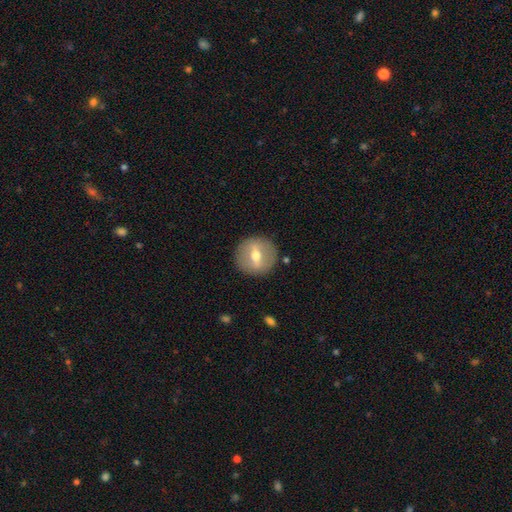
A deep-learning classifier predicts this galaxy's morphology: Smooth or featured? Predicted: featured or disk (p=0.47). Merging? Predicted: none (p=0.88).